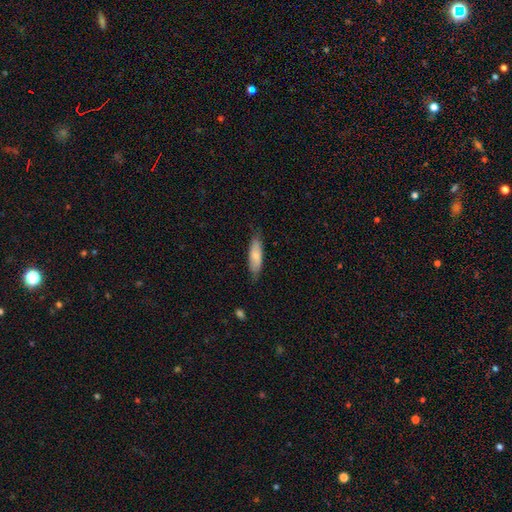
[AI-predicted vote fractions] This appears to be a smooth galaxy with no disk features (78%) that is cigar-shaped (49%, tied with in between). Merging: none (76%).